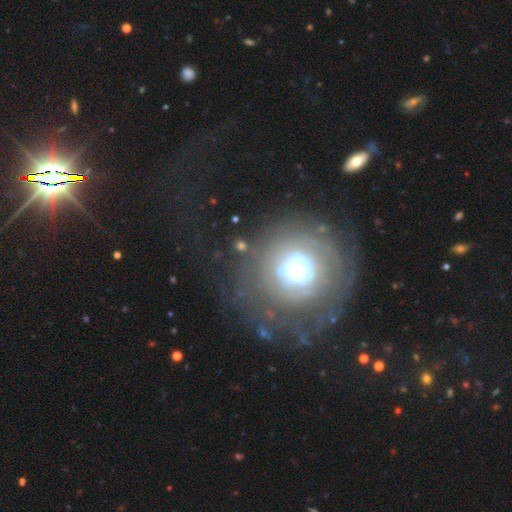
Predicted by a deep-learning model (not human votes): This is possibly a featured or disk galaxy (49%). Merging: possibly none (58%).